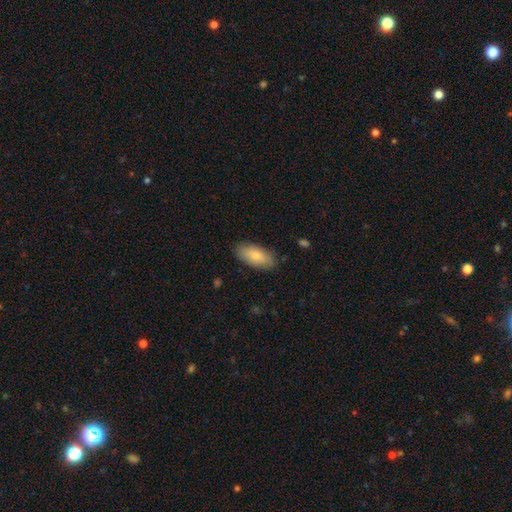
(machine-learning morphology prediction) smooth_or_featured: smooth (p=0.82) [alt: featured or disk p=0.12]
how_rounded: in between (p=0.89) [alt: cigar-shaped p=0.09]
merging: none (p=0.85) [alt: minor disturbance p=0.11]